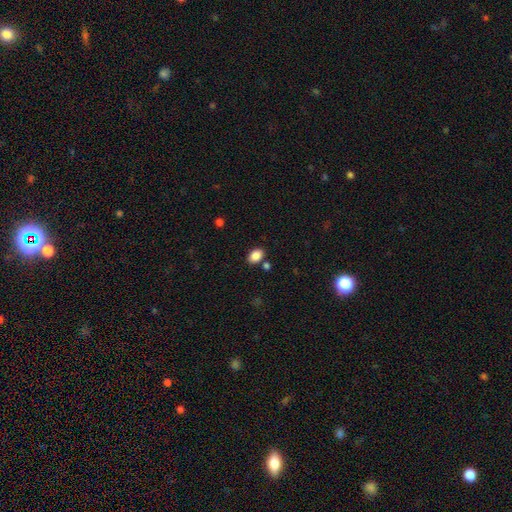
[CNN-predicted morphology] smooth-or-featured: smooth: 87% | star or artifact: 9% | featured or disk: 4%
  how-rounded: in between: 80% | round: 19% | cigar-shaped: 1%
  merging: none: 80% | minor disturbance: 10% | merger: 8% | major disturbance: 3%